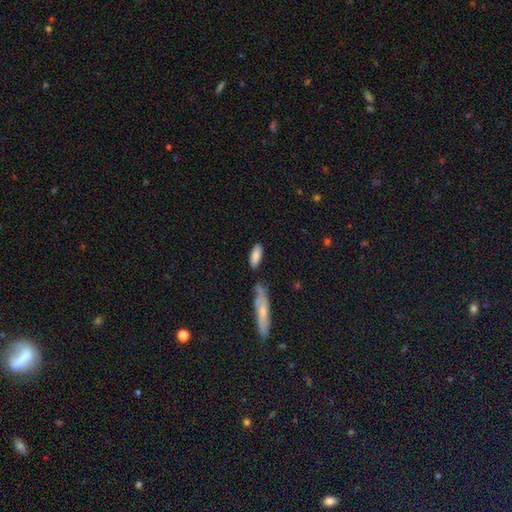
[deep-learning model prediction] This appears to be a smooth galaxy with no disk features (84%) that is in between round and cigar-shaped (70%). Merging: none (73%).